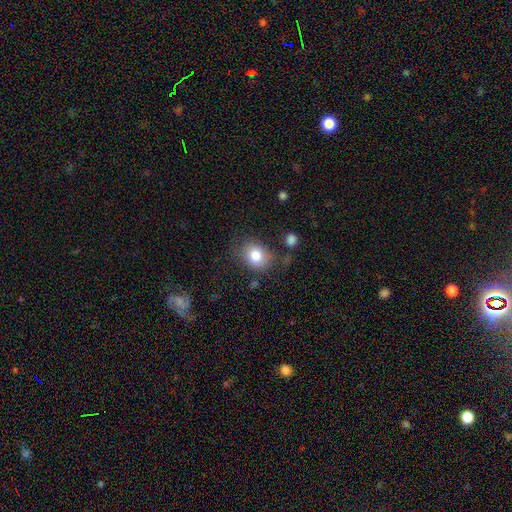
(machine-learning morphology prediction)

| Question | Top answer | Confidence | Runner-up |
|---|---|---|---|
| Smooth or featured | smooth | 80% | star or artifact (10%) |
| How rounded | round | 53% | in between (46%) |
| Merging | none | 73% | minor disturbance (17%) |